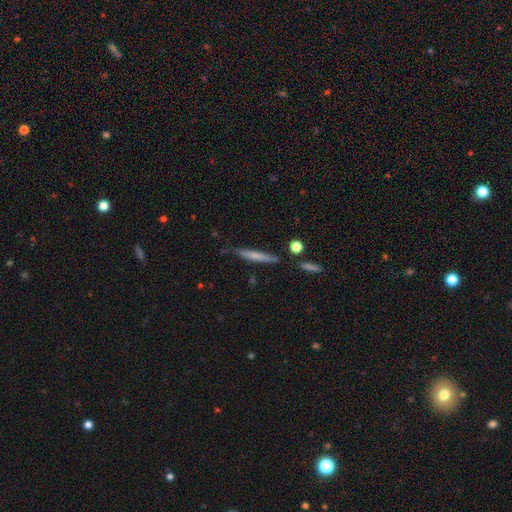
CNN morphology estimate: Smooth or featured? smooth (62%)
How rounded? cigar-shaped (93%)
Merging? none (78%)